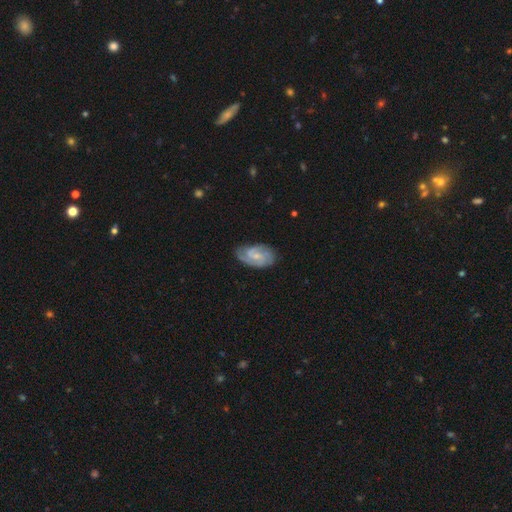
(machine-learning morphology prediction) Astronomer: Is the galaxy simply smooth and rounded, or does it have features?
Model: featured or disk — 76%.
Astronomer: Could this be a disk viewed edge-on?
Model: no — 97%.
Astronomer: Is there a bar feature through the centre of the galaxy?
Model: weak — 50% (runner-up: no, 42%).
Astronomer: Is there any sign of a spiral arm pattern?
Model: yes — 94%.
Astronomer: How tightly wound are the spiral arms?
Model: tight — 44% (runner-up: medium, 43%).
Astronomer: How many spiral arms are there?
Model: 2 — 58%.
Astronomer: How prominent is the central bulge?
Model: small — 60%.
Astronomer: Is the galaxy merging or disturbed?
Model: none — 72%.